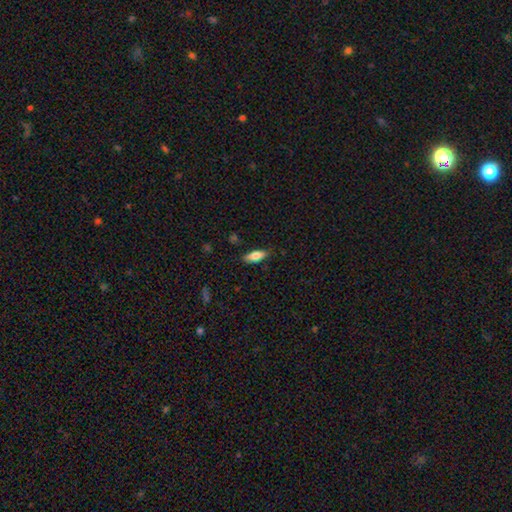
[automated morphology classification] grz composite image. It shows a smooth galaxy with no disk features (78%) that is in between round and cigar-shaped (71%). Merging: none (83%).